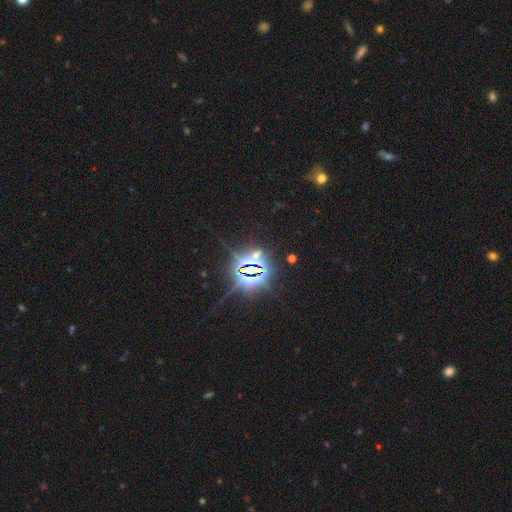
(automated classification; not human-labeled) smooth_or_featured: star or artifact (p=0.85) [alt: featured or disk p=0.08]